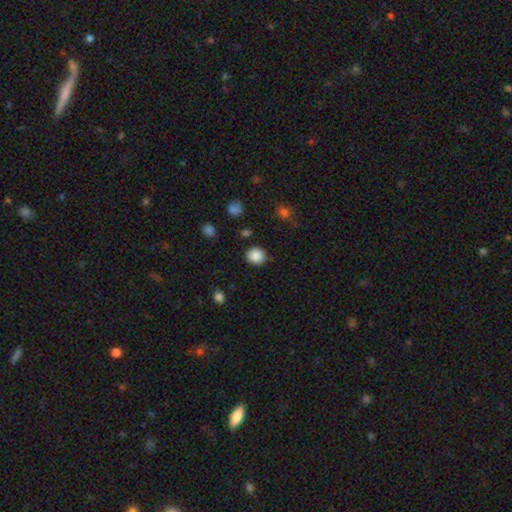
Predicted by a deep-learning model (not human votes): Q: Smooth or featured?
A: smooth (87%); runner-up: star or artifact (9%)
Q: How rounded?
A: round (85%); runner-up: in between (14%)
Q: Merging?
A: none (85%); runner-up: minor disturbance (9%)